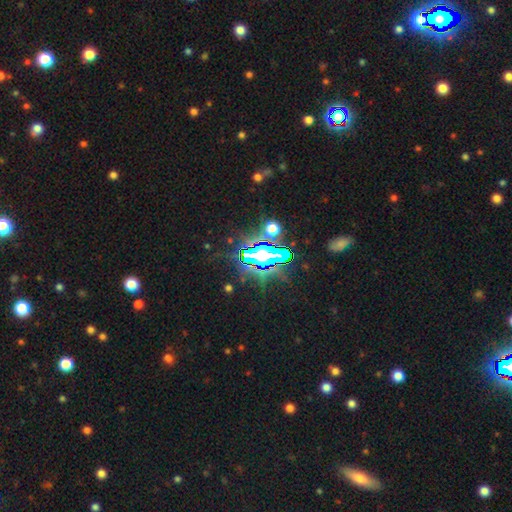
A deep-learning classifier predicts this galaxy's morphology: The model was most divided on "smooth or featured": star or artifact: 83%, smooth: 9%, featured or disk: 8%.